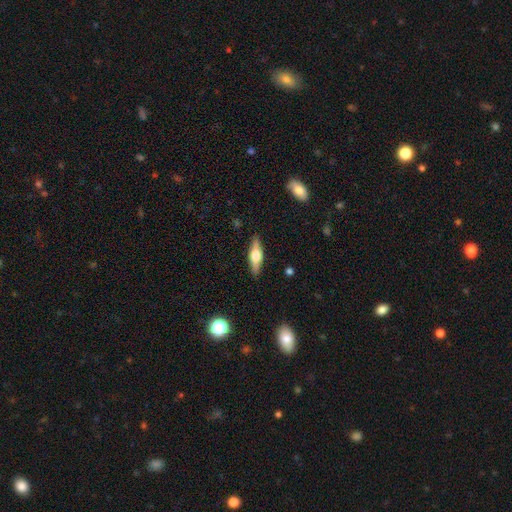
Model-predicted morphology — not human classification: Q: Smooth or featured?
A: featured or disk (53%); runner-up: smooth (40%)
Q: Edge-on disk?
A: yes (93%); runner-up: no (7%)
Q: Merging?
A: none (89%); runner-up: minor disturbance (8%)